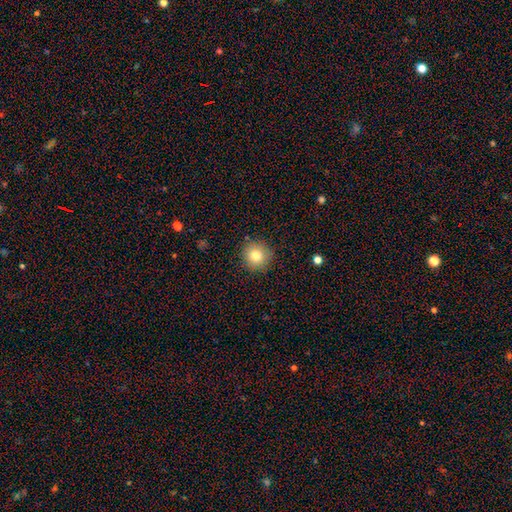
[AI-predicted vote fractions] Overall: smooth (79%). How rounded: round (94%). Merging: none (90%).